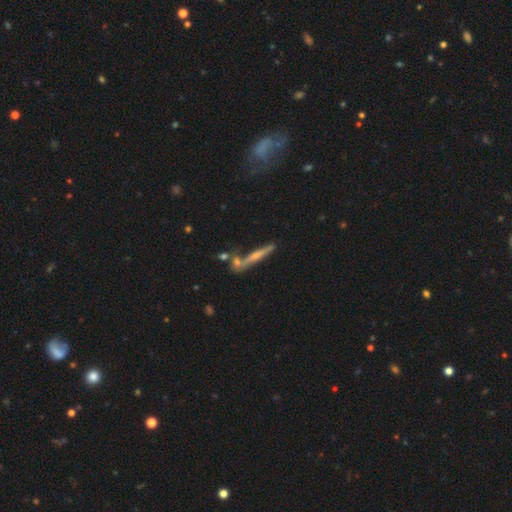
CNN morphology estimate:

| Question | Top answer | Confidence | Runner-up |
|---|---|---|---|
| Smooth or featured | featured or disk | 59% | smooth (33%) |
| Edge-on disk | yes | 94% | no (6%) |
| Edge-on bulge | rounded | 61% | none (31%) |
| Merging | none | 70% | merger (13%) |